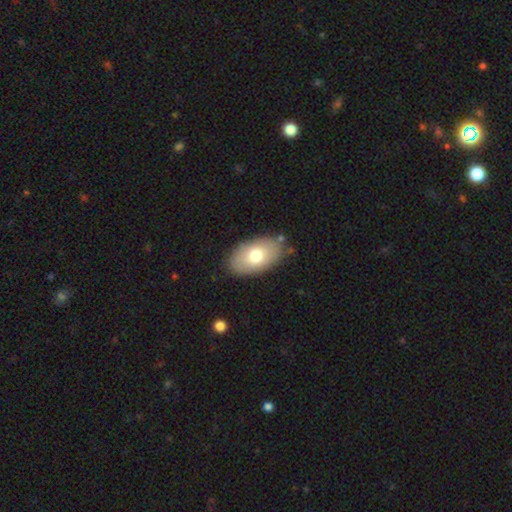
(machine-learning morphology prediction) Smooth or featured: smooth — 71% (featured or disk — 22%)
How rounded: in between — 93% (round — 5%)
Merging: none — 81% (minor disturbance — 13%)